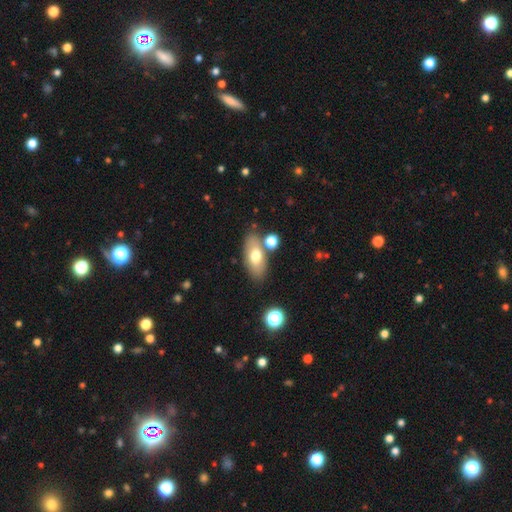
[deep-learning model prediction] Morphology: type=smooth (68%); roundness=in between (84%); merging=none (74%).